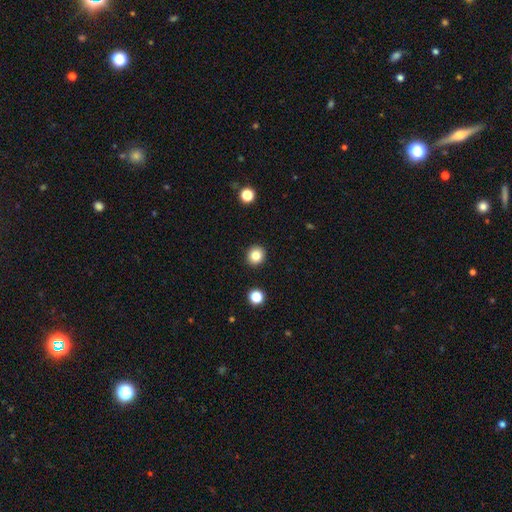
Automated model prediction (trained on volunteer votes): Smooth or featured?
  - smooth: 83% *
  - star or artifact: 11%
  - featured or disk: 6%
How rounded?
  - round: 90% *
  - in between: 9%
  - cigar-shaped: 1%
Merging?
  - none: 92% *
  - minor disturbance: 5%
  - major disturbance: 2%
  - merger: 1%